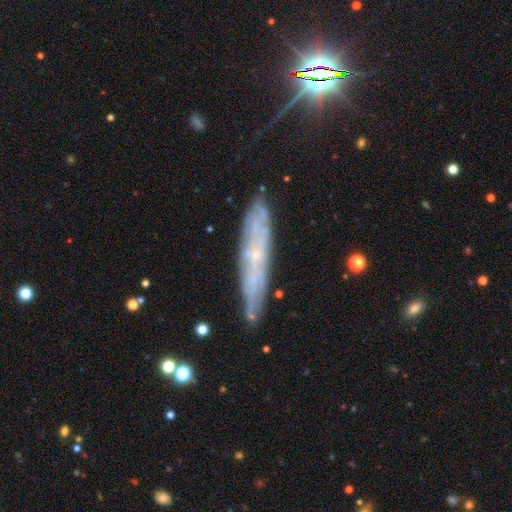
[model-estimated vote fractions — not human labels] featured or disk 67%, smooth 24%, star or artifact 10%. Down the decision tree: edge-on disk — yes (56%); merging — none (79%).